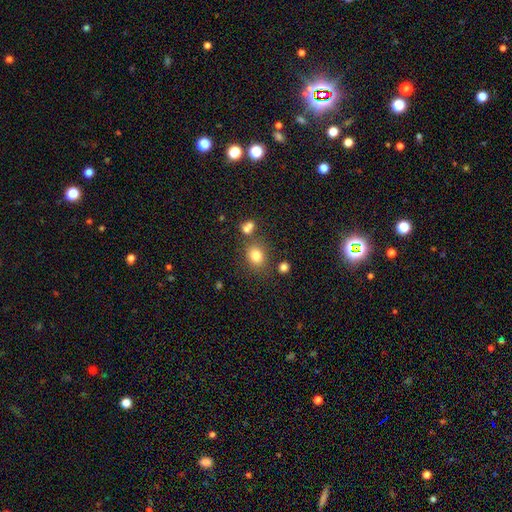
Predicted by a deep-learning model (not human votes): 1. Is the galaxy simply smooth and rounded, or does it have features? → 79% smooth, 13% star or artifact, 8% featured or disk.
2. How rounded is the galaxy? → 57% round, 42% in between, 1% cigar-shaped.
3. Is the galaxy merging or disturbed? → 72% none, 13% minor disturbance, 11% merger, 5% major disturbance.